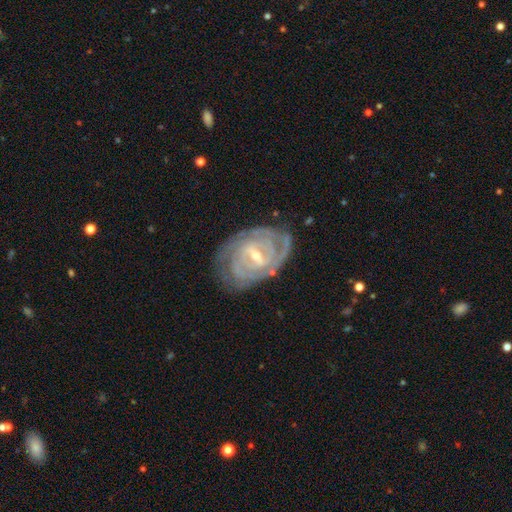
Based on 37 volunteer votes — Smooth or featured: featured or disk — 97% (star or artifact — 3%)
Edge-on disk: no — 97% (yes — 3%)
Bar: strong — 51% (weak — 37%)
Spiral arms: yes — 91% (no — 9%)
Spiral winding: tight — 91% (medium — 9%)
Spiral arm count: can't tell — 44% (2 — 28%)
Bulge size: small — 54% (moderate — 40%)
Merging: none — 78% (minor disturbance — 14%)